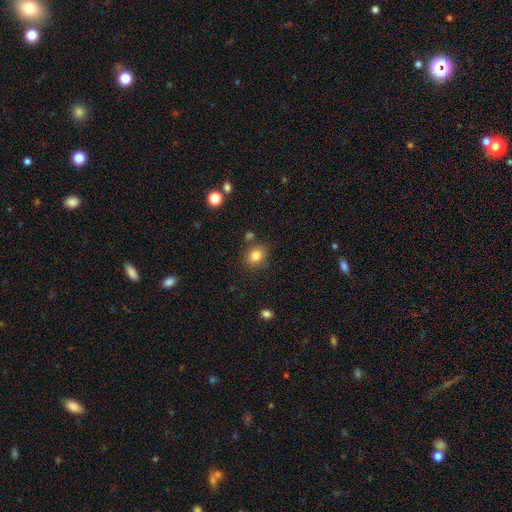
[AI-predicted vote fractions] Smooth or featured? Predicted: smooth (p=0.82). How rounded? Predicted: round (p=0.70). Merging? Predicted: none (p=0.78).